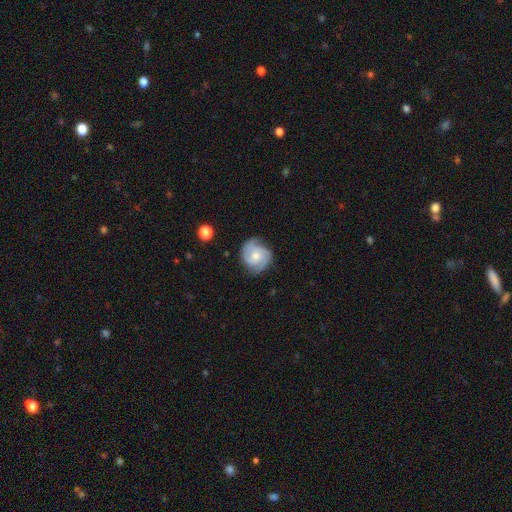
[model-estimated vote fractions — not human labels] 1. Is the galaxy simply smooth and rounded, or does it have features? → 79% featured or disk, 16% smooth, 6% star or artifact.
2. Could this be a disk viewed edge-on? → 98% no, 2% yes.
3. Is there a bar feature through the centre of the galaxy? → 68% no, 28% weak, 4% strong.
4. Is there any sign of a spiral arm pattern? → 96% yes, 4% no.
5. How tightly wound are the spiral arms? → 47% tight, 43% medium, 10% loose.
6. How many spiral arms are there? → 56% 2, 27% 3, 9% can't tell, 3% 4, 3% 1, 2% more than 4.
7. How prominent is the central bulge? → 48% moderate, 45% small, 3% none, 3% large, 1% dominant.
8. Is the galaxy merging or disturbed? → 76% none, 18% minor disturbance, 5% major disturbance, 1% merger.